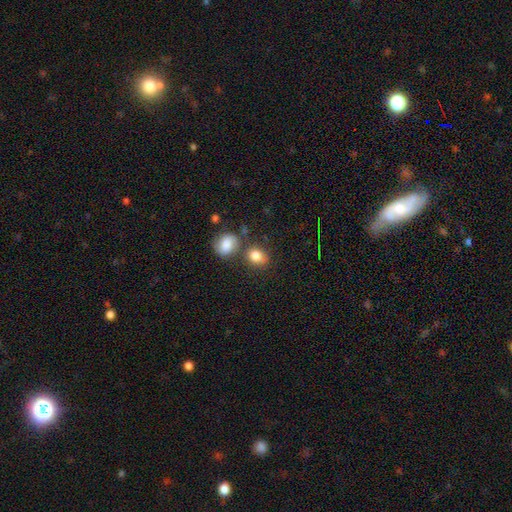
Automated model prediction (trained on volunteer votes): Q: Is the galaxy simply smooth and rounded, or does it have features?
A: smooth — 83%.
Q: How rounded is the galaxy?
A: round — 53%.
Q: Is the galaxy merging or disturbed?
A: none — 63%.